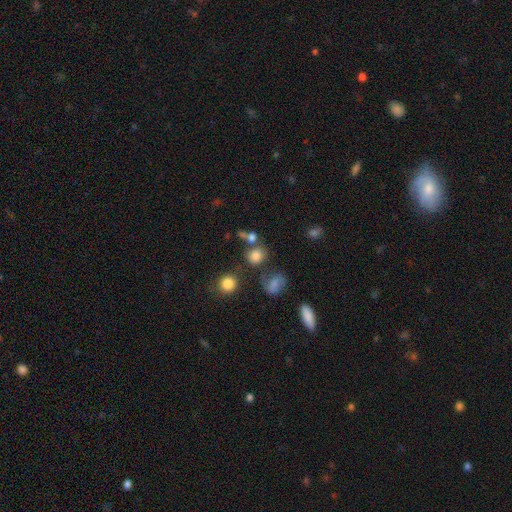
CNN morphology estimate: Overall: smooth (78%). How rounded: round (80%). Merging: none (60%; merger 21%).